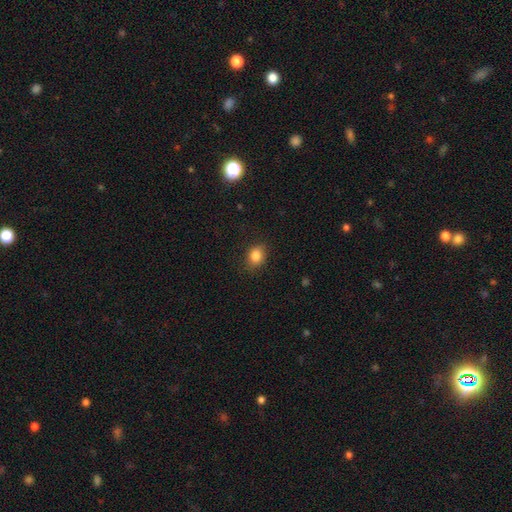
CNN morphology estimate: This appears to be a smooth galaxy with no disk features (85%) that is round (52%). Merging: none (85%).